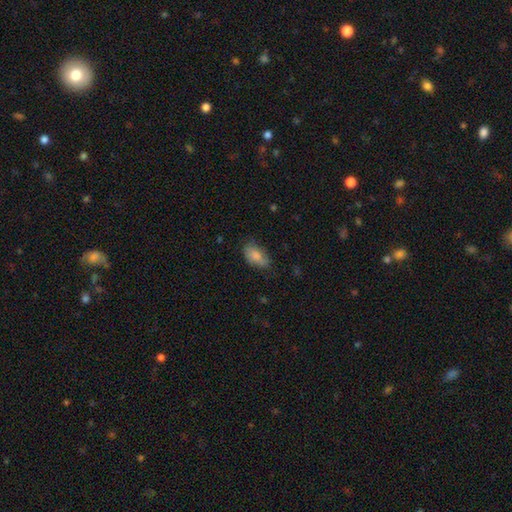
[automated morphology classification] Overall: smooth (80%). How rounded: in between (93%). Merging: none (67%).